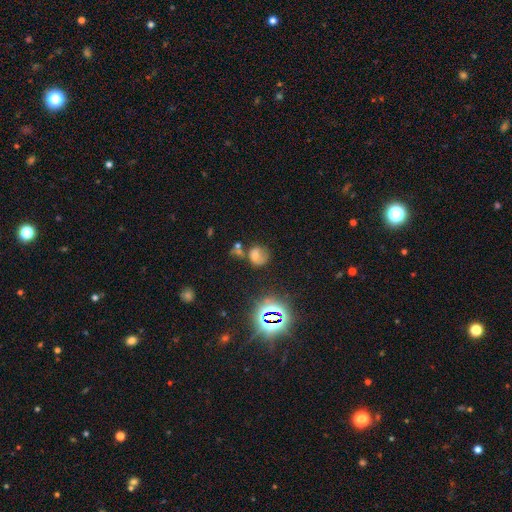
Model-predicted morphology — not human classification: A smooth galaxy with no disk features (49%). Merging: none (44%).